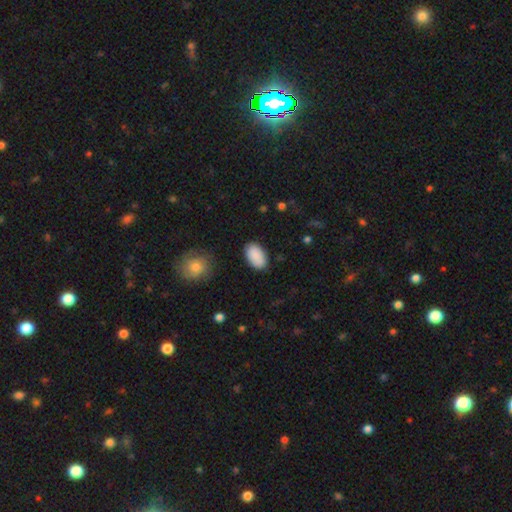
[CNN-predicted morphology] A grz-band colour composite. It shows a smooth galaxy with no disk features (90%) that is in between round and cigar-shaped (93%). Merging: none (85%).